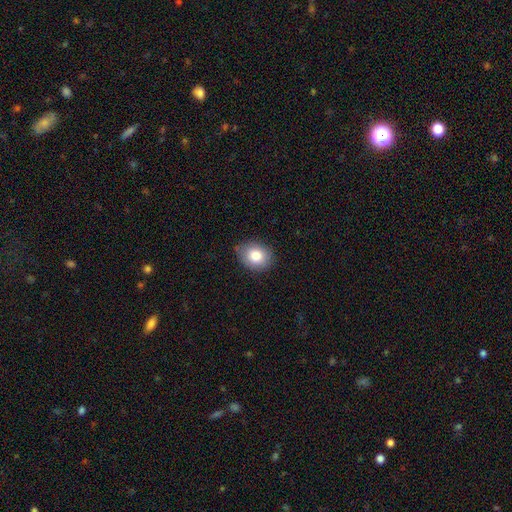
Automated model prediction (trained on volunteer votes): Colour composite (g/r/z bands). It shows a smooth galaxy with no disk features (83%) that is in between round and cigar-shaped (56%). Merging: none (77%).